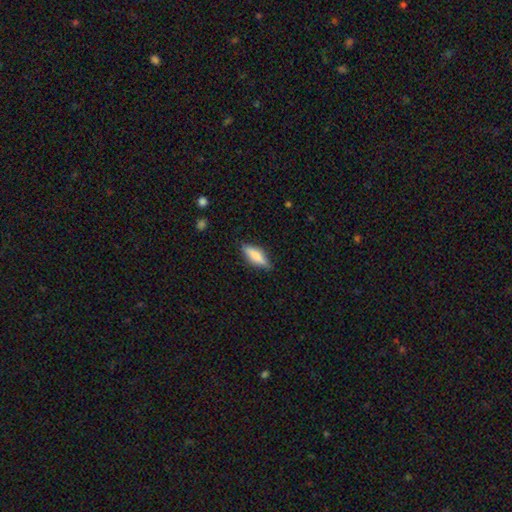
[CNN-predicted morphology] Smooth or featured? smooth (67%)
How rounded? in between (50%)
Merging? none (83%)